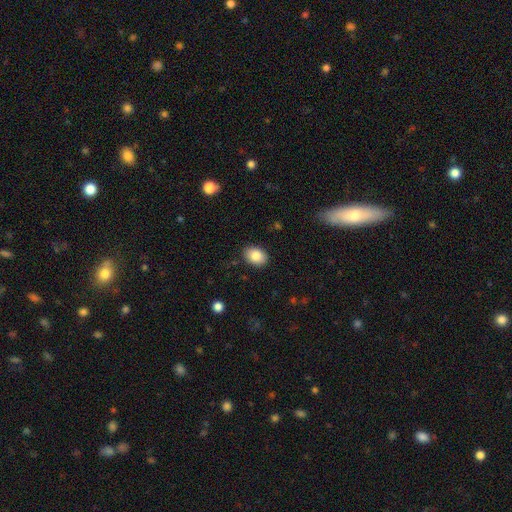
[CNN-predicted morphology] smooth 85%, star or artifact 8%, featured or disk 7%. Down the decision tree: how rounded — in between (74%); merging — none (88%).